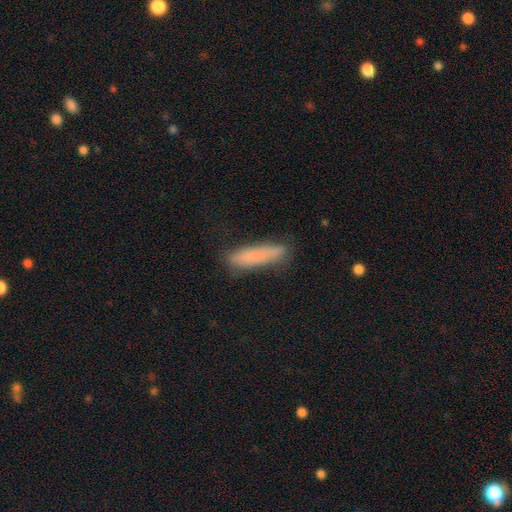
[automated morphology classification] A smooth galaxy with no disk features (81%) that is cigar-shaped (81%).

Vote fractions:
- Smooth or featured? smooth: 81% / featured or disk: 11% / star or artifact: 8%
- How rounded? cigar-shaped: 81% / in between: 17% / round: 2%
- Merging? none: 78% / minor disturbance: 16% / major disturbance: 4% / merger: 2%